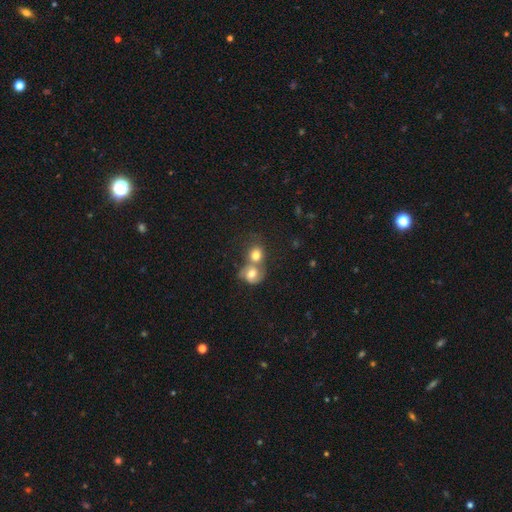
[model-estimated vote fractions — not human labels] smooth 70%, featured or disk 21%, star or artifact 9%. Down the decision tree: how rounded — round (74%); merging — merger (64%).